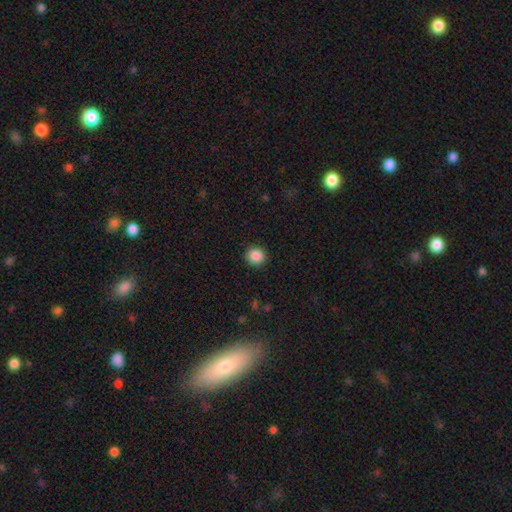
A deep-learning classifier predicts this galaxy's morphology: Smooth or featured?
  - smooth: 87% *
  - star or artifact: 9%
  - featured or disk: 3%
How rounded?
  - round: 91% *
  - in between: 8%
  - cigar-shaped: 1%
Merging?
  - none: 92% *
  - minor disturbance: 5%
  - major disturbance: 2%
  - merger: 1%